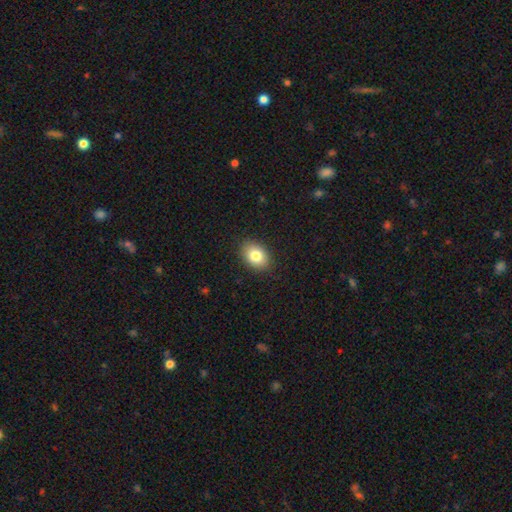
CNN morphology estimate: smooth 81%, featured or disk 10%, star or artifact 9%. Down the decision tree: how rounded — in between (75%); merging — none (88%).